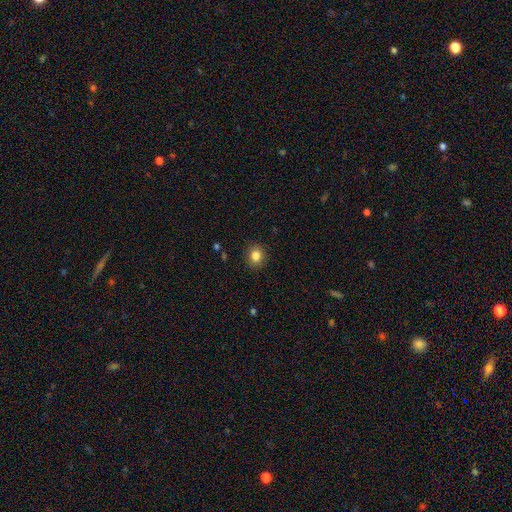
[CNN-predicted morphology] Smooth or featured: smooth — 84% (star or artifact — 10%)
How rounded: round — 69% (in between — 30%)
Merging: none — 90% (minor disturbance — 7%)